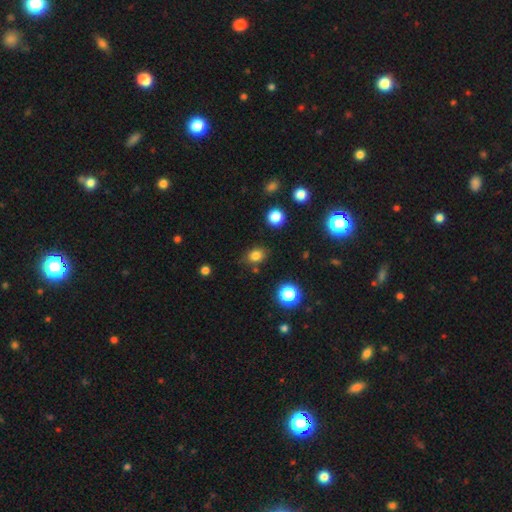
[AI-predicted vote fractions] Overall: smooth (80%). How rounded: in between (51%; round 48%). Merging: none (80%).